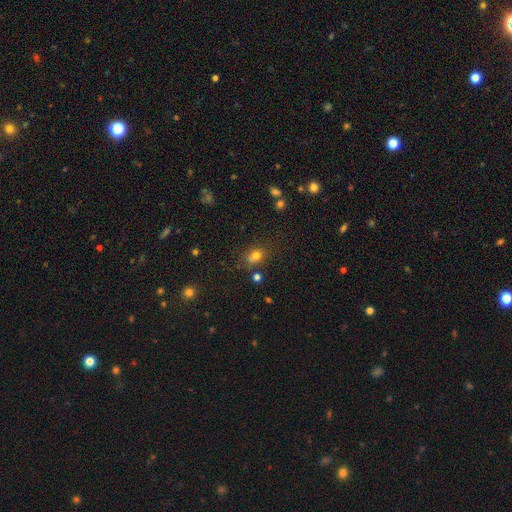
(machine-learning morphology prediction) Smooth or featured? Predicted: smooth (p=0.74). How rounded? Predicted: round (p=0.58). Merging? Predicted: none (p=0.62).